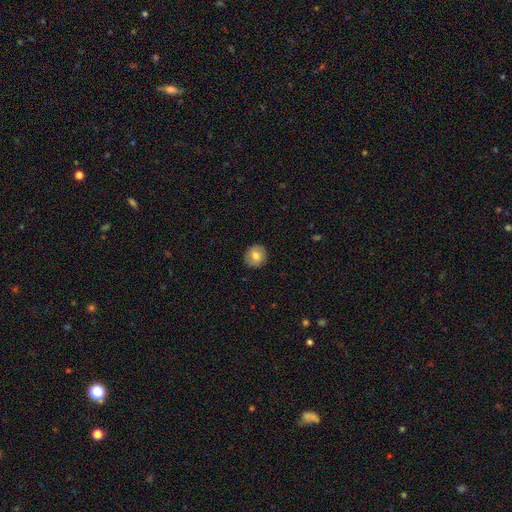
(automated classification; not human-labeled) Smooth or featured? Predicted: smooth (p=0.76). How rounded? Predicted: round (p=0.85). Merging? Predicted: none (p=0.89).